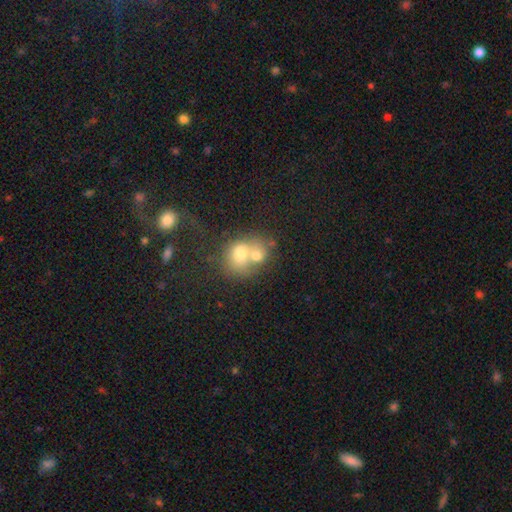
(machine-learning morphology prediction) A smooth galaxy with no disk features (66%) that is round (66%).

Vote fractions:
- Smooth or featured? smooth: 66% / featured or disk: 23% / star or artifact: 11%
- How rounded? round: 66% / in between: 33% / cigar-shaped: 1%
- Merging? merger: 70% / none: 20% / minor disturbance: 6% / major disturbance: 4%